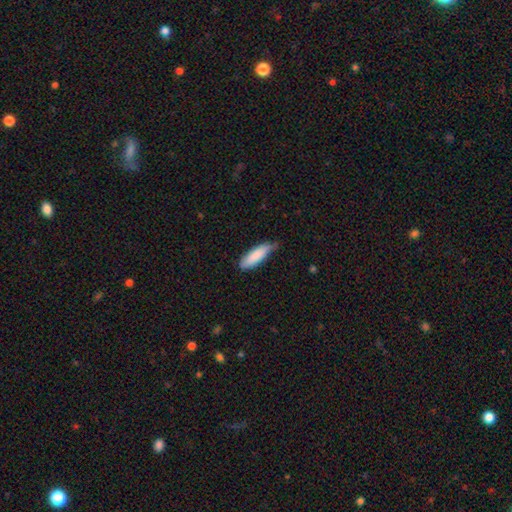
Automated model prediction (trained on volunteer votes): This appears to be a smooth galaxy with no disk features (86%) that is cigar-shaped (49%, tied with in between). Merging: none (61%).